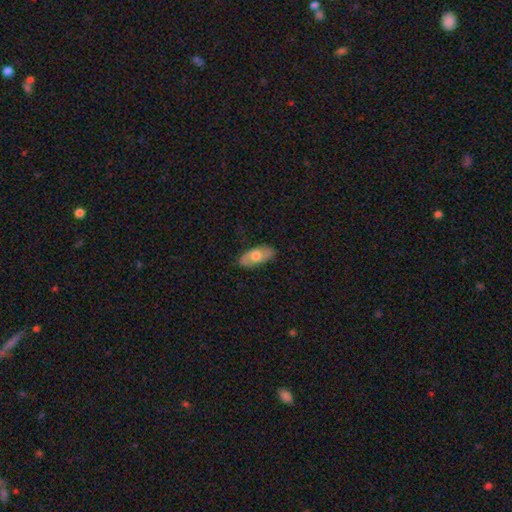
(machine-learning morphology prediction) A smooth galaxy with no disk features (59%) that is in between round and cigar-shaped (89%). Merging: none (84%).